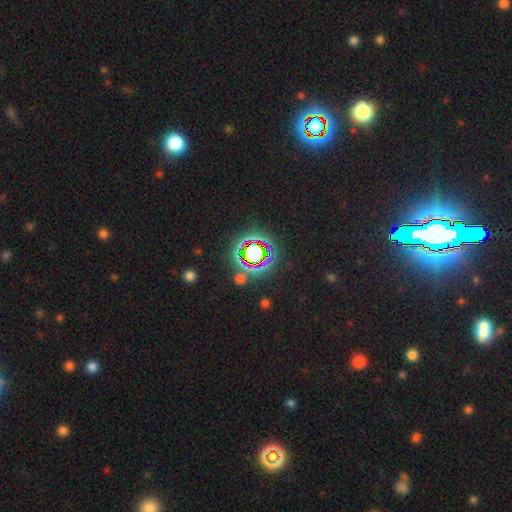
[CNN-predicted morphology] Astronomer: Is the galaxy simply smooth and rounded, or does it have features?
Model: star or artifact — 81%.